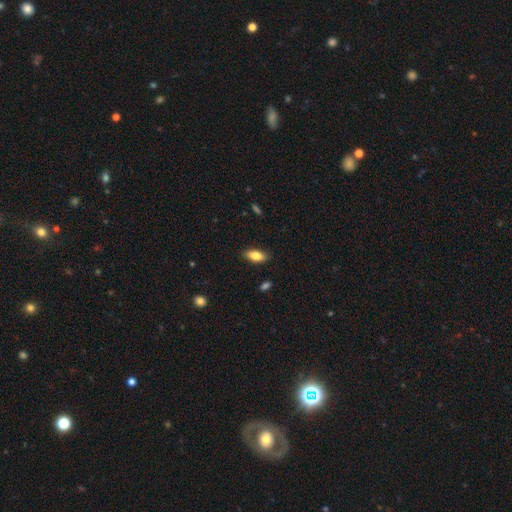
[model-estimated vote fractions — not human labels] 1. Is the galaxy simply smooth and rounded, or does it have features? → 82% smooth, 11% featured or disk, 7% star or artifact.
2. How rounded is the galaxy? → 84% in between, 14% cigar-shaped, 2% round.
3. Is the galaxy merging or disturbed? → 87% none, 10% minor disturbance, 2% major disturbance, 1% merger.